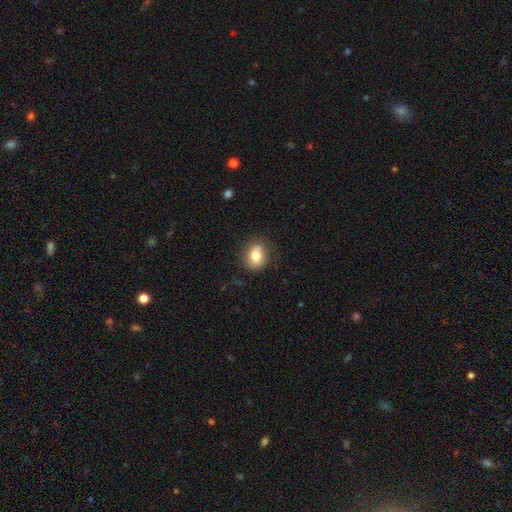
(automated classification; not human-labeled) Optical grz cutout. It shows a smooth galaxy with no disk features (78%) that is round (53%). Merging: none (78%).